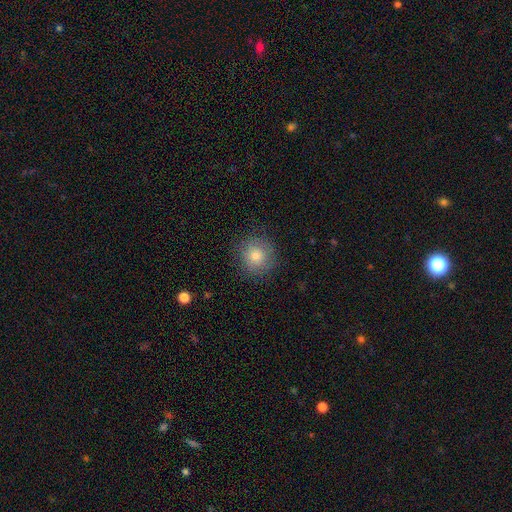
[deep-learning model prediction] smooth-or-featured: smooth: 76% | featured or disk: 13% | star or artifact: 11%
  how-rounded: round: 92% | in between: 7% | cigar-shaped: 1%
  merging: none: 84% | minor disturbance: 11% | major disturbance: 4% | merger: 1%